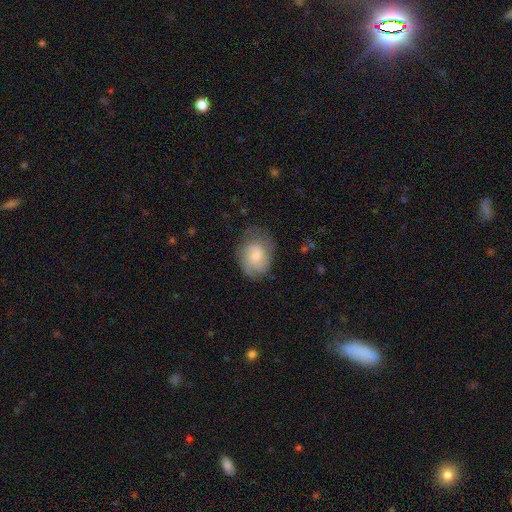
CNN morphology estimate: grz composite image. It shows a smooth galaxy with no disk features (57%) that is in between round and cigar-shaped (57%). Merging: none (56%).